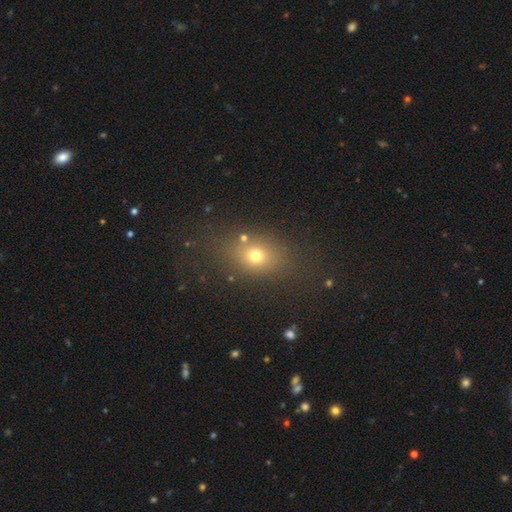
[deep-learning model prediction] Smooth or featured: smooth — 69% (star or artifact — 18%)
How rounded: in between — 58% (round — 40%)
Merging: none — 76% (minor disturbance — 13%)